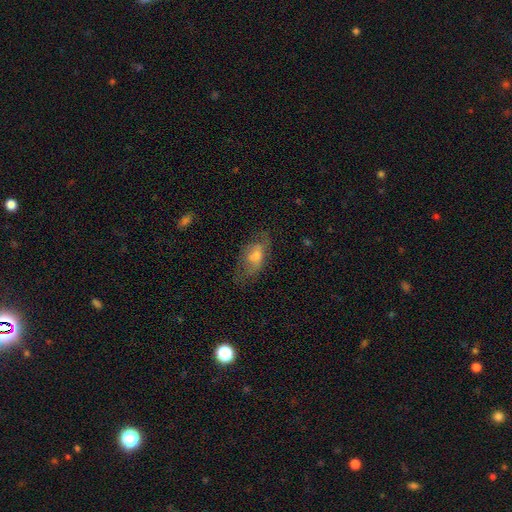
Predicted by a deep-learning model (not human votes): A smooth galaxy with no disk features (53%) that is in between round and cigar-shaped (85%). Merging: none (57%).